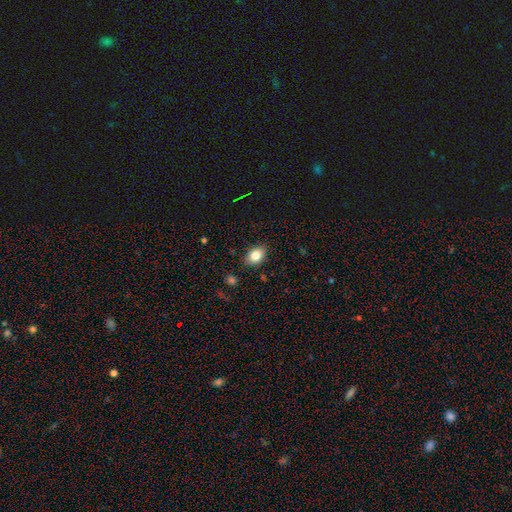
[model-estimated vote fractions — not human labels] Overall: smooth (83%). How rounded: in between (75%). Merging: none (85%).